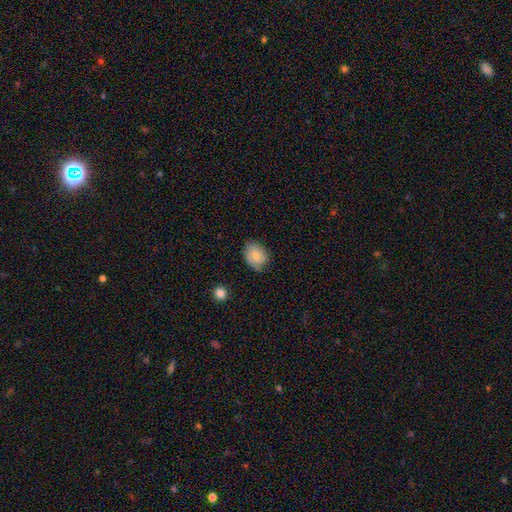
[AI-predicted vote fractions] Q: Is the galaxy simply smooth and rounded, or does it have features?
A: smooth — 74%.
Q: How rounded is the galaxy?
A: in between — 60%.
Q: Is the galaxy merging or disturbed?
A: none — 68%.